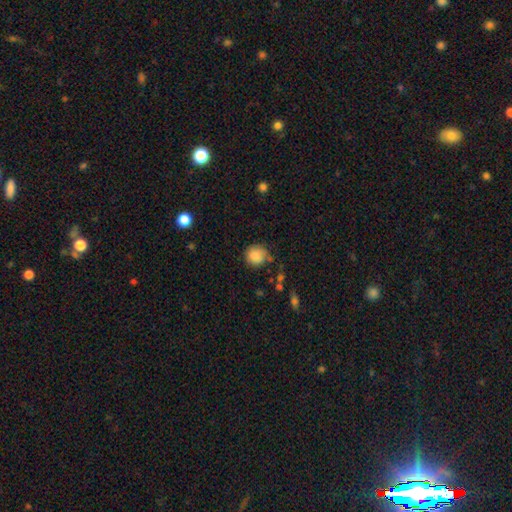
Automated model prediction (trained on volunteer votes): smooth_or_featured: smooth (p=0.86) [alt: star or artifact p=0.09]
how_rounded: round (p=0.87) [alt: in between p=0.12]
merging: none (p=0.72) [alt: minor disturbance p=0.19]